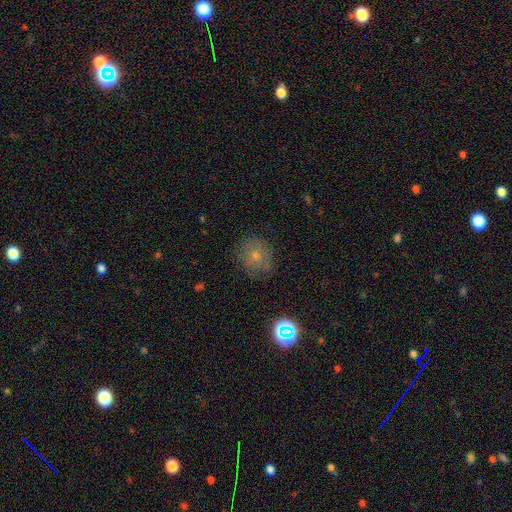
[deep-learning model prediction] Overall: smooth (64%). How rounded: round (81%). Merging: none (76%).